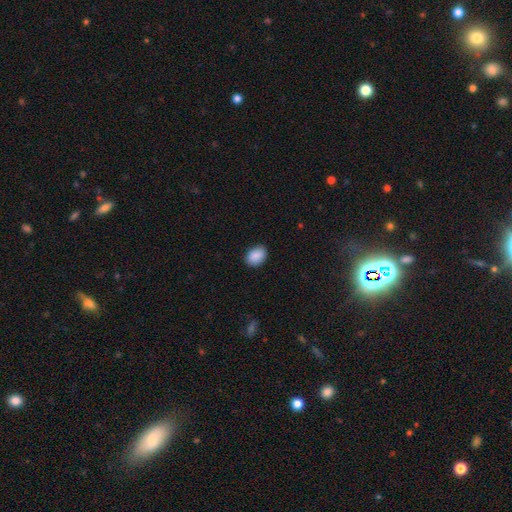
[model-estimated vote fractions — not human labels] A smooth galaxy with no disk features (90%) that is in between round and cigar-shaped (76%). Merging: none (88%).